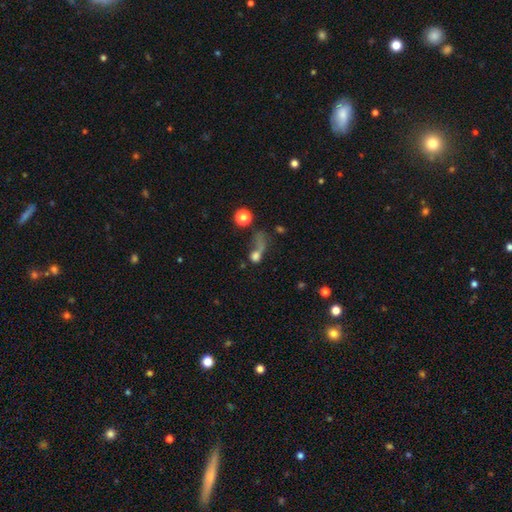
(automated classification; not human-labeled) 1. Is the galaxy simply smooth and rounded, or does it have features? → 62% smooth, 20% featured or disk, 18% star or artifact.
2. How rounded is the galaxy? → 56% round, 37% in between, 7% cigar-shaped.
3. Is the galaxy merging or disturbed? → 38% major disturbance, 25% merger, 25% none, 12% minor disturbance.